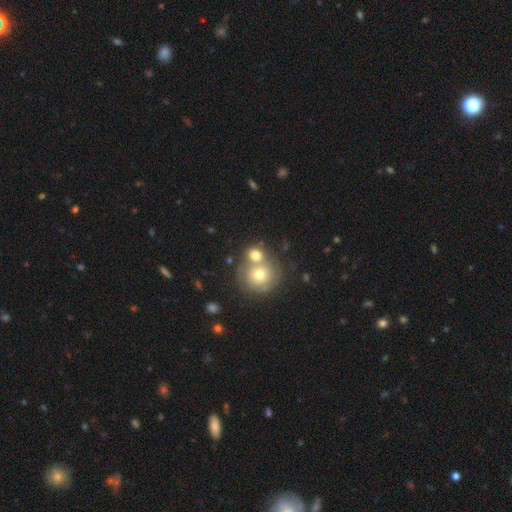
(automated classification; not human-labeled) Overall: smooth (65%). How rounded: round (80%). Merging: merger (53%; none 35%).